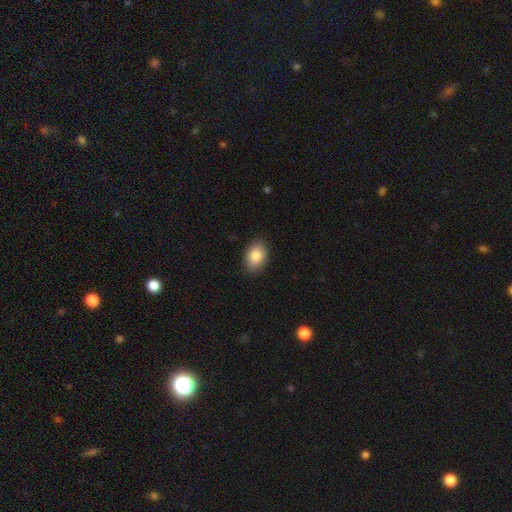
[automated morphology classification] Smooth or featured?
  - smooth: 86% *
  - star or artifact: 7%
  - featured or disk: 7%
How rounded?
  - in between: 84% *
  - round: 15%
  - cigar-shaped: 1%
Merging?
  - none: 87% *
  - minor disturbance: 10%
  - major disturbance: 2%
  - merger: 1%